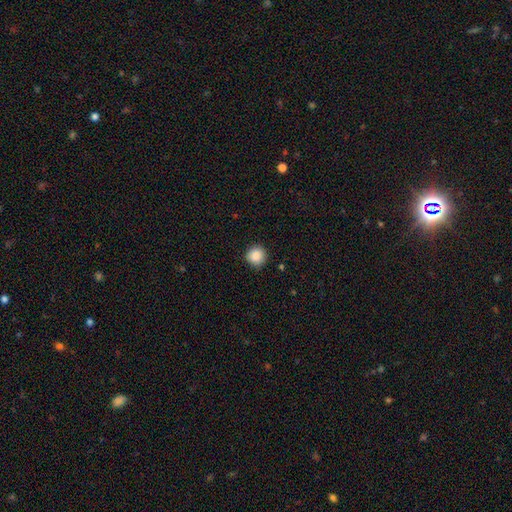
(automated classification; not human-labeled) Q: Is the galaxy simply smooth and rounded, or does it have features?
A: smooth — 88%.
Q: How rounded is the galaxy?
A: round — 93%.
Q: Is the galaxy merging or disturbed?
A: none — 89%.